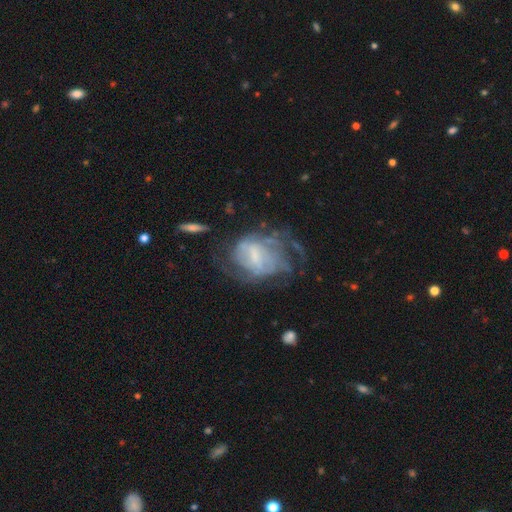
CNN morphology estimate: Q: Smooth or featured?
A: featured or disk (71%); runner-up: smooth (20%)
Q: Edge-on disk?
A: no (97%); runner-up: yes (3%)
Q: Bar?
A: weak (49%); runner-up: no (31%)
Q: Spiral arms?
A: yes (71%); runner-up: no (29%)
Q: Bulge size?
A: small (33%); runner-up: none (29%)
Q: Merging?
A: none (41%); runner-up: major disturbance (34%)